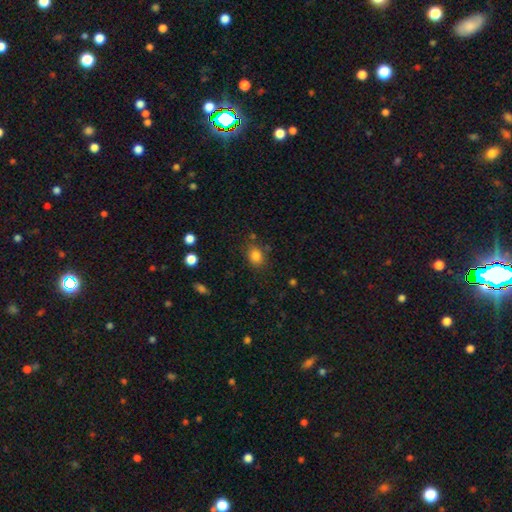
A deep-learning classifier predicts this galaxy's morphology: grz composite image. It shows a smooth galaxy with no disk features (83%) that is in between round and cigar-shaped (53%). Merging: none (77%).